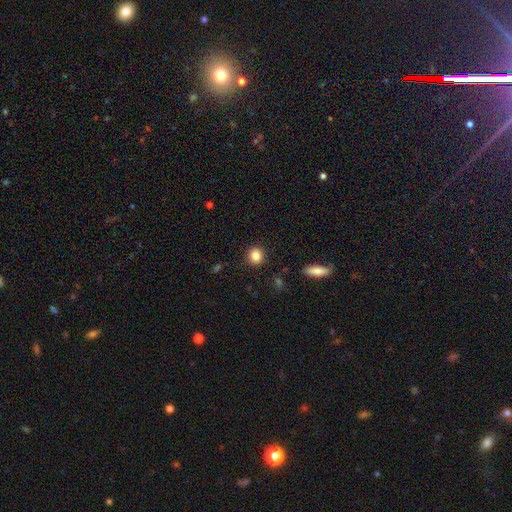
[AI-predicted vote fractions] A smooth galaxy with no disk features (84%) that is round (87%). Merging: none (90%).